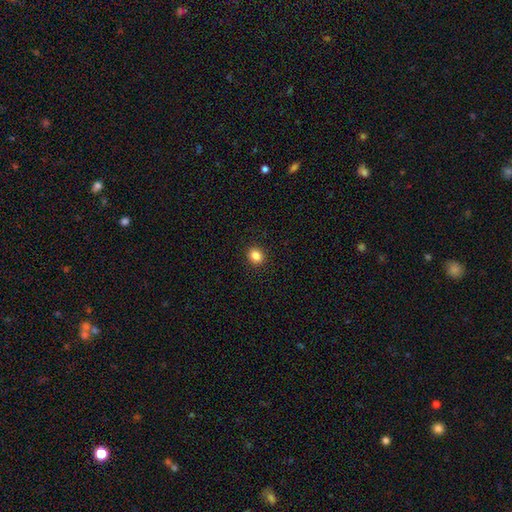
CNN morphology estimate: A smooth galaxy with no disk features (85%) that is round (75%). Merging: none (92%).